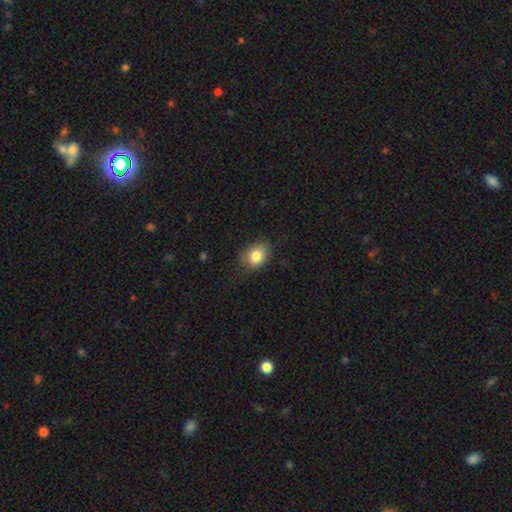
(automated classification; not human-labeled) A smooth galaxy with no disk features (82%) that is in between round and cigar-shaped (55%). Merging: none (75%).